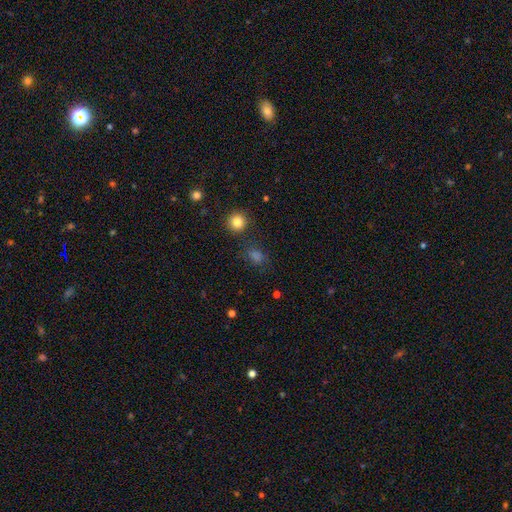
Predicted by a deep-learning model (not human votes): This is possibly a smooth galaxy (57%). How rounded: possibly round (59%). Merging: likely none (74%).